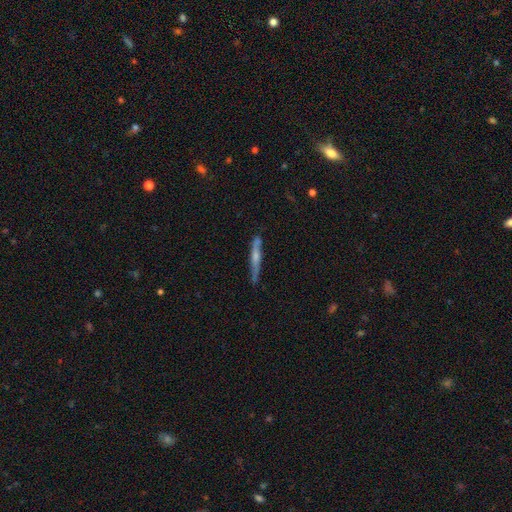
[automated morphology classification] This appears to be a featured or disk galaxy (59%) viewed edge-on (93%) with a rounded central bulge (57%). Merging: none (78%).